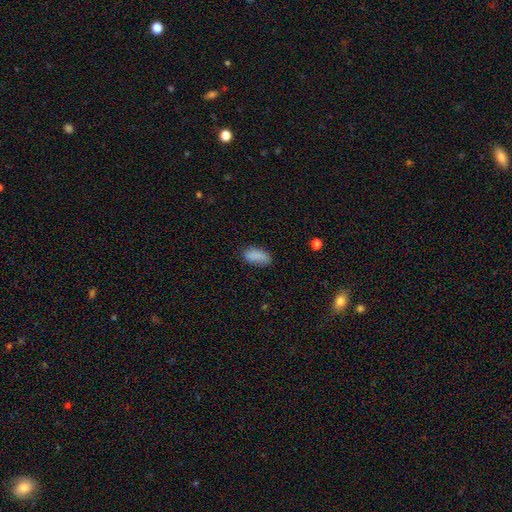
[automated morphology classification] Overall: smooth (87%). How rounded: in between (90%). Merging: none (76%).